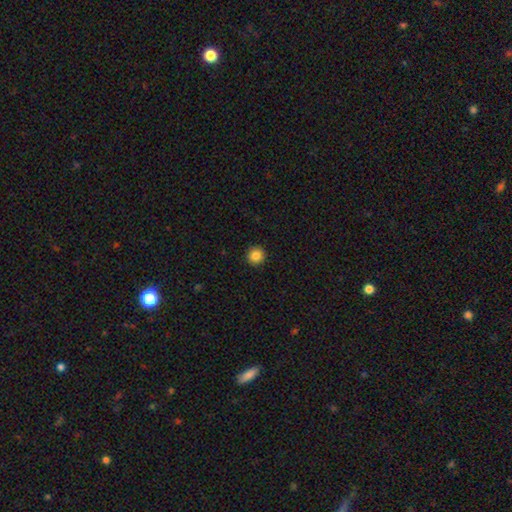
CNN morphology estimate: Q: Smooth or featured?
A: smooth (86%); runner-up: star or artifact (10%)
Q: How rounded?
A: round (95%); runner-up: in between (4%)
Q: Merging?
A: none (93%); runner-up: minor disturbance (4%)